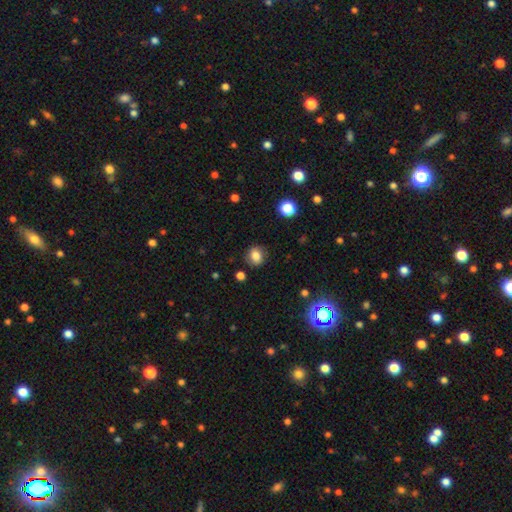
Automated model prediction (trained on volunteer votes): Morphology: type=smooth (81%); roundness=round (66%); merging=none (84%).